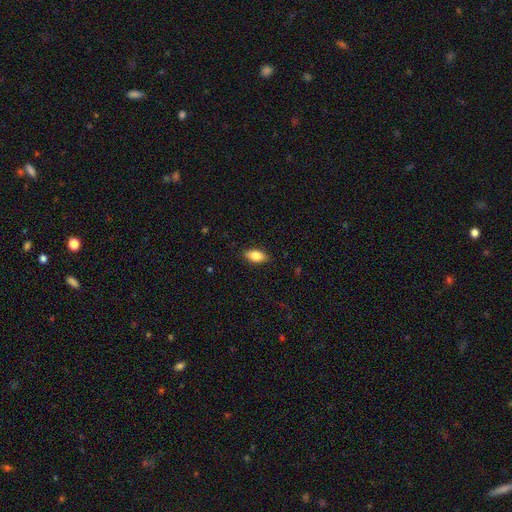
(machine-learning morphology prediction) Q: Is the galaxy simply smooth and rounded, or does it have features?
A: smooth — 83%.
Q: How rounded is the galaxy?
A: in between — 89%.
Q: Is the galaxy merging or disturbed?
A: none — 85%.